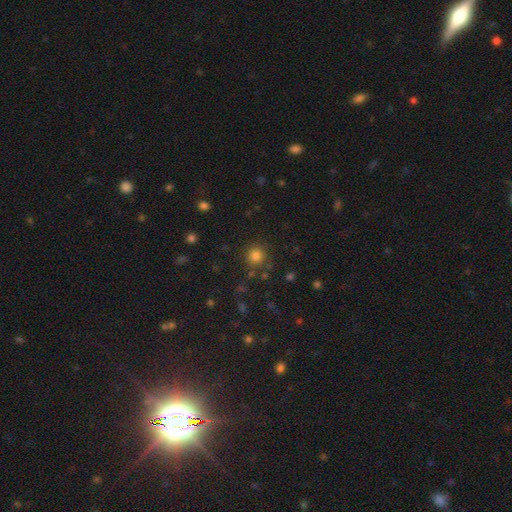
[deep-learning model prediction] The model was most divided on "smooth or featured": smooth: 81%, star or artifact: 14%, featured or disk: 5%. More confident: how rounded — round (91%); merging — none (83%).